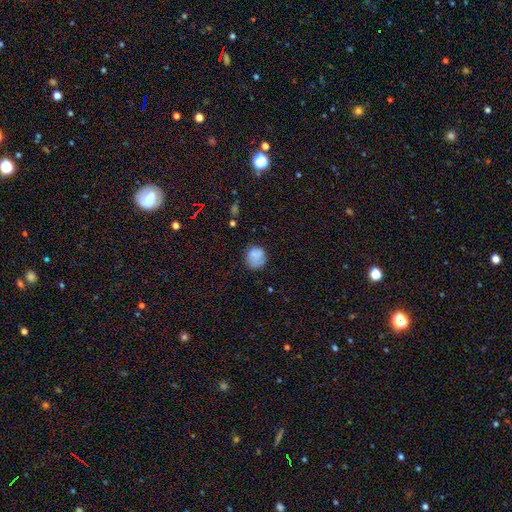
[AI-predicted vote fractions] Smooth or featured? smooth (78%)
How rounded? round (76%)
Merging? none (67%)